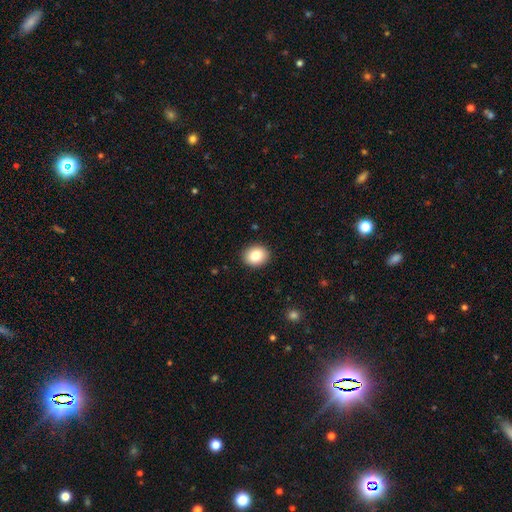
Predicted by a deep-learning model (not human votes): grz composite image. It shows a smooth galaxy with no disk features (85%) that is round (55%). Merging: none (91%).